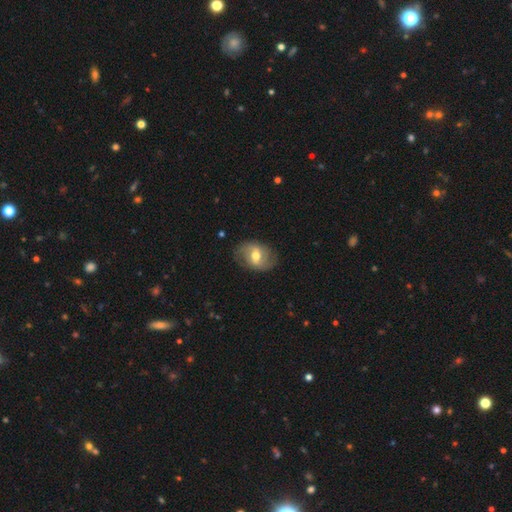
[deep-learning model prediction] smooth-or-featured: featured or disk: 58% | smooth: 35% | star or artifact: 7%
  disk-edge-on: no: 95% | yes: 5%
    bar: weak: 49% | no: 27% | strong: 24%
    has-spiral-arms: yes: 69% | no: 31%
    bulge-size: moderate: 74% | small: 13% | large: 11% | dominant: 1% | none: 1%
  merging: none: 74% | minor disturbance: 18% | major disturbance: 7% | merger: 1%